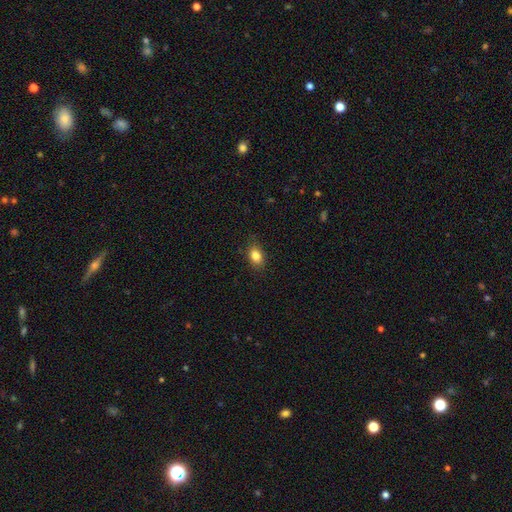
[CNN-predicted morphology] smooth-or-featured: smooth: 84% | star or artifact: 9% | featured or disk: 6%
  how-rounded: in between: 78% | round: 20% | cigar-shaped: 2%
  merging: none: 83% | minor disturbance: 14% | major disturbance: 3% | merger: 1%